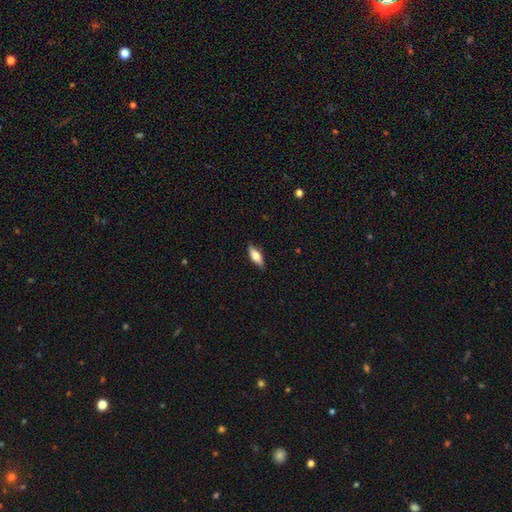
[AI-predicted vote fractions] Smooth or featured?
  - smooth: 66% *
  - featured or disk: 28%
  - star or artifact: 6%
How rounded?
  - in between: 67% *
  - cigar-shaped: 31%
  - round: 3%
Merging?
  - none: 86% *
  - minor disturbance: 11%
  - major disturbance: 2%
  - merger: 1%